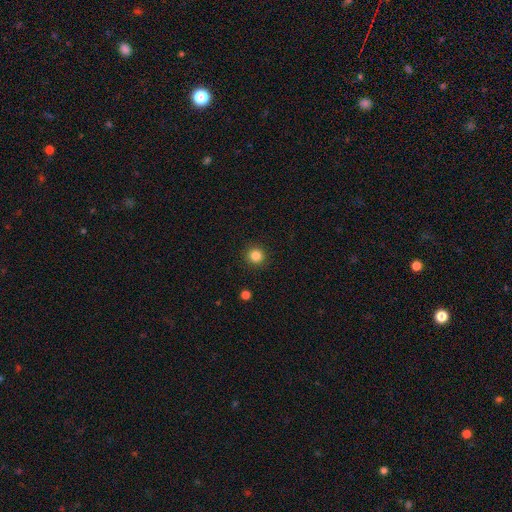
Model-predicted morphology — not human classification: This appears to be a smooth galaxy with no disk features (84%) that is round (94%). Merging: none (92%).